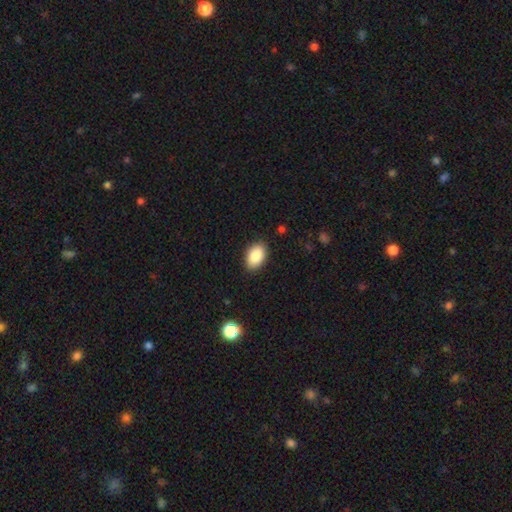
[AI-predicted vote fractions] Morphology: type=smooth (89%); roundness=in between (91%); merging=none (87%).